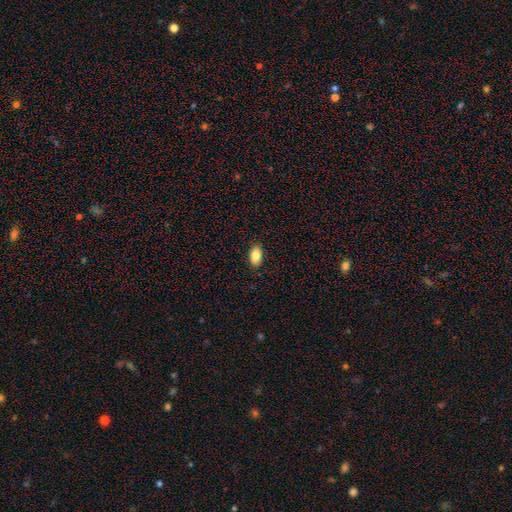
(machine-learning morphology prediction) A smooth galaxy with no disk features (83%) that is in between round and cigar-shaped (92%). Merging: none (89%).